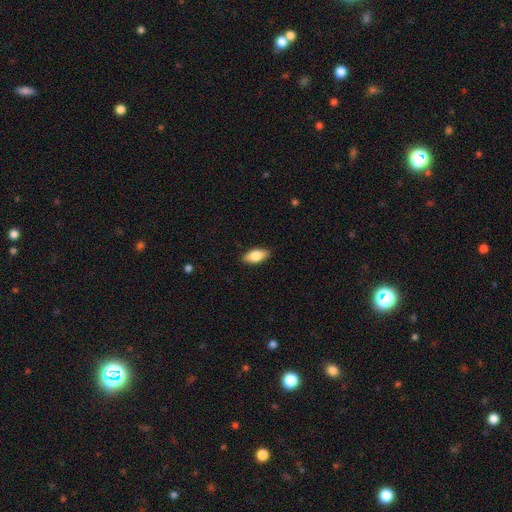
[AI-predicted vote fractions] Smooth or featured: smooth — 77% (featured or disk — 16%)
How rounded: in between — 87% (cigar-shaped — 10%)
Merging: none — 88% (minor disturbance — 9%)